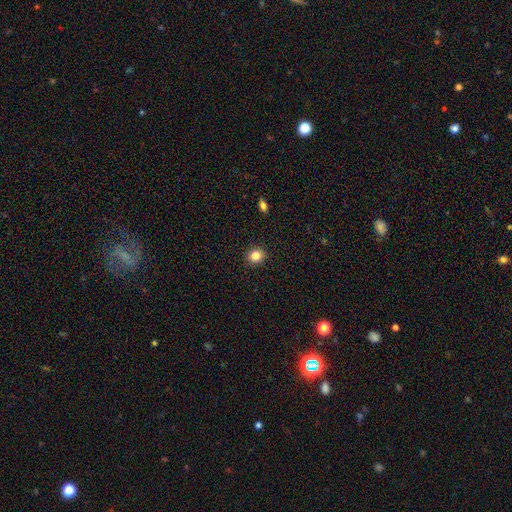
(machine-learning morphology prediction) type=smooth (83%); roundness=round (76%); merging=none (91%).